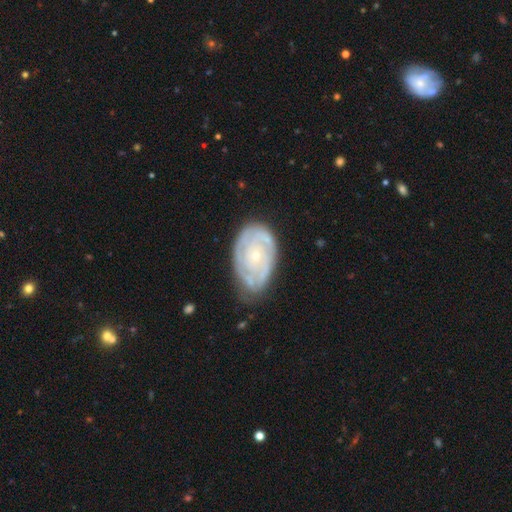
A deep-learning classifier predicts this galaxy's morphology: A featured or disk galaxy (79%) with no bar (81%), tight (76%) spiral arms (88%) and a small central bulge (78%).

Vote fractions:
- Smooth or featured? featured or disk: 79% / smooth: 16% / star or artifact: 5%
- Edge-on disk? no: 97% / yes: 3%
- Bar? no: 81% / weak: 15% / strong: 4%
- Spiral arms? yes: 88% / no: 12%
- Spiral winding? tight: 76% / medium: 19% / loose: 5%
- Spiral arm count? can't tell: 42% / 2: 25% / 3: 16% / 4: 7% / 1: 5% / more than 4: 4%
- Bulge size? small: 78% / moderate: 19% / none: 1% / large: 1% / dominant: 1%
- Merging? none: 66% / minor disturbance: 25% / major disturbance: 7% / merger: 2%